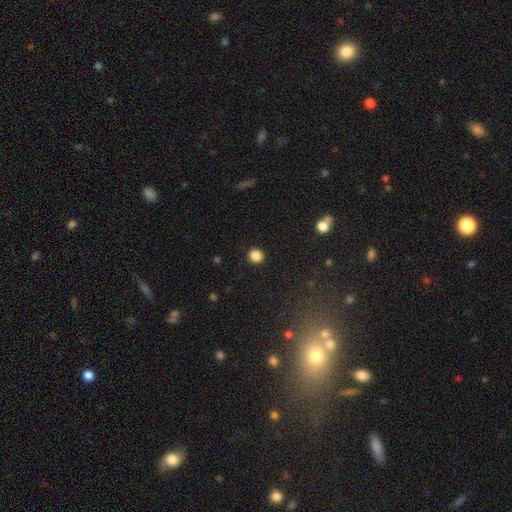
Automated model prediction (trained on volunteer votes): smooth-or-featured: smooth: 85% | star or artifact: 11% | featured or disk: 3%
  how-rounded: round: 94% | in between: 5% | cigar-shaped: 1%
  merging: none: 92% | minor disturbance: 5% | major disturbance: 2% | merger: 1%